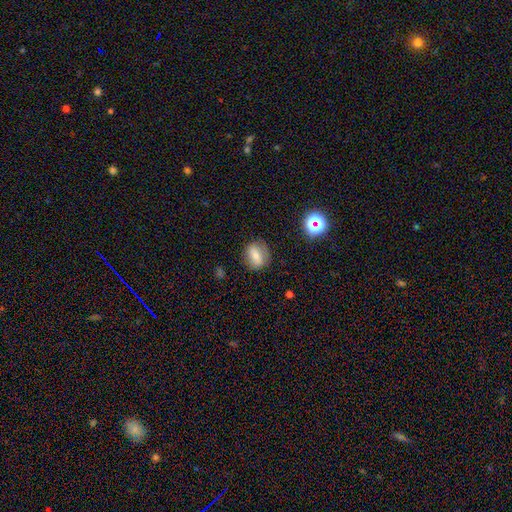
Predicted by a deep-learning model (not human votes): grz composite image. It shows a smooth galaxy with no disk features (61%) that is round (56%). Merging: none (82%).